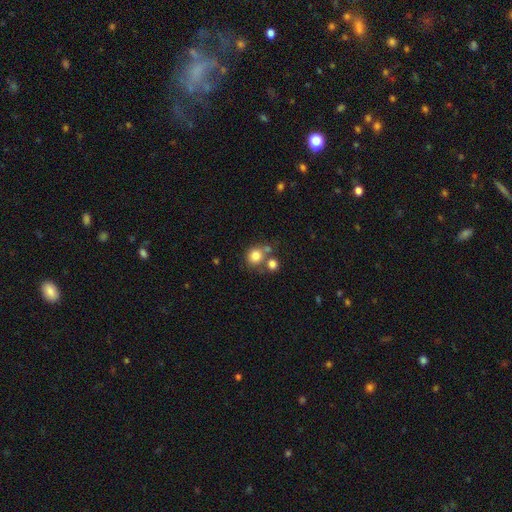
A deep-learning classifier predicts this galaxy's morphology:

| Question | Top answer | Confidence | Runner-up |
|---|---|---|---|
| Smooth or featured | smooth | 80% | star or artifact (11%) |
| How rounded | round | 82% | in between (17%) |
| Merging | none | 56% | merger (29%) |